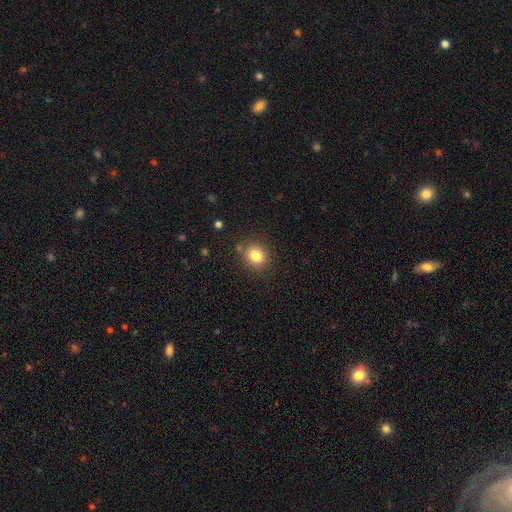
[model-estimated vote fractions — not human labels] Overall: smooth (81%). How rounded: round (78%). Merging: none (84%).